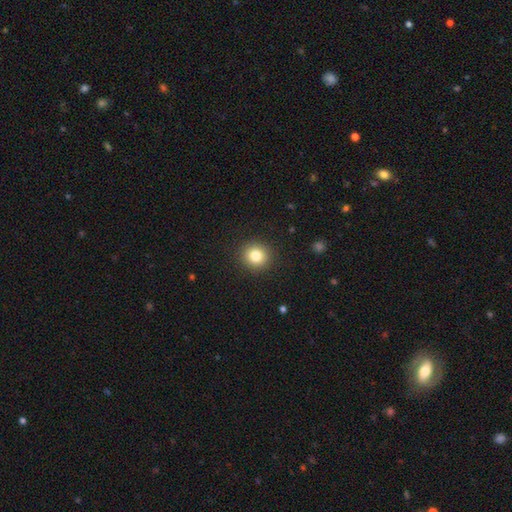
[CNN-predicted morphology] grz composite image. It shows a smooth galaxy with no disk features (82%) that is round (91%). Merging: none (91%).